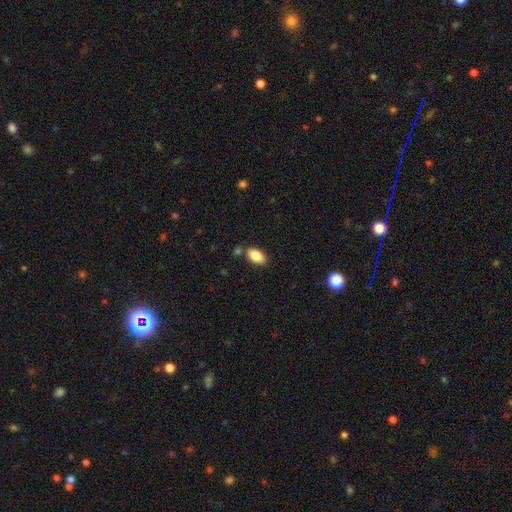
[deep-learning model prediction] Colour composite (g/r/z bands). It shows a smooth galaxy with no disk features (84%) that is in between round and cigar-shaped (92%). Merging: none (77%).